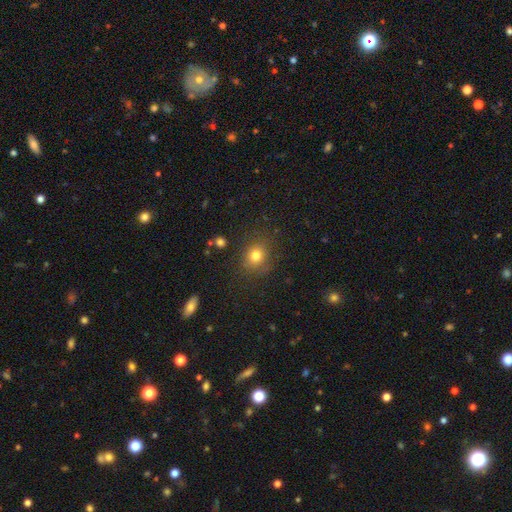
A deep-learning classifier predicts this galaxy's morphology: smooth 79%, star or artifact 14%, featured or disk 8%. Down the decision tree: how rounded — round (75%); merging — none (82%).